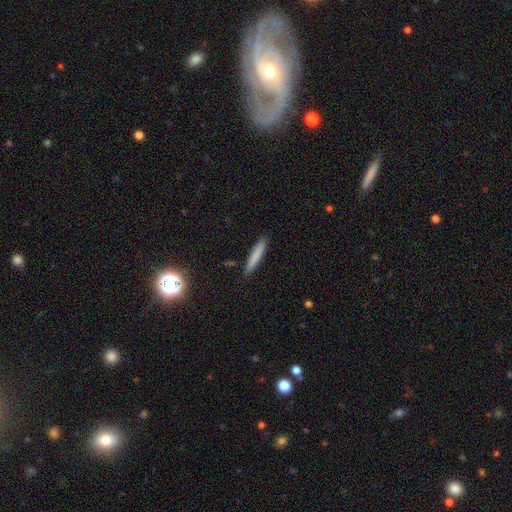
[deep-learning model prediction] Overall: smooth (78%). How rounded: cigar-shaped (92%). Merging: none (88%).